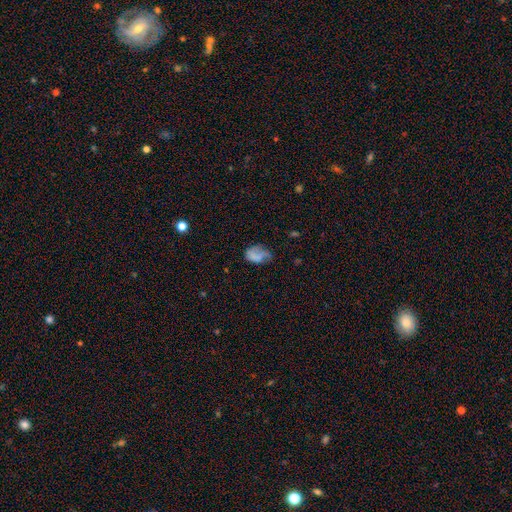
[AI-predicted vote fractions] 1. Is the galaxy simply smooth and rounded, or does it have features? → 62% smooth, 28% featured or disk, 11% star or artifact.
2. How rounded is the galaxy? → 84% in between, 15% round, 2% cigar-shaped.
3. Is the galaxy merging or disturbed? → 34% minor disturbance, 31% none, 30% major disturbance, 5% merger.